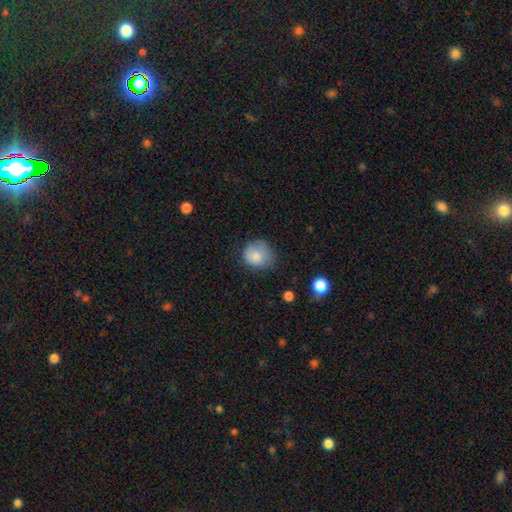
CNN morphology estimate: type=smooth (82%); roundness=round (77%); merging=none (53%).